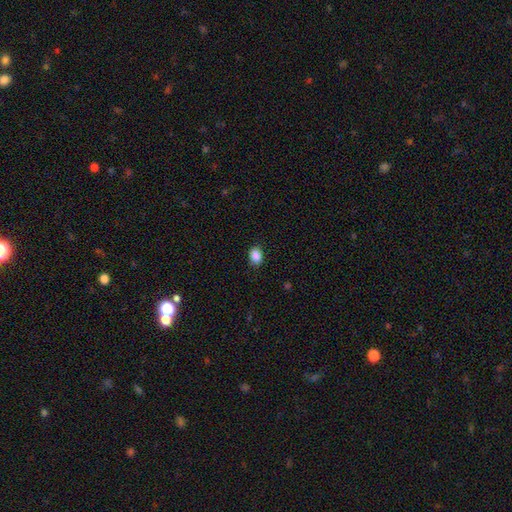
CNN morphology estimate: Smooth or featured? smooth (88%)
How rounded? in between (64%)
Merging? none (87%)